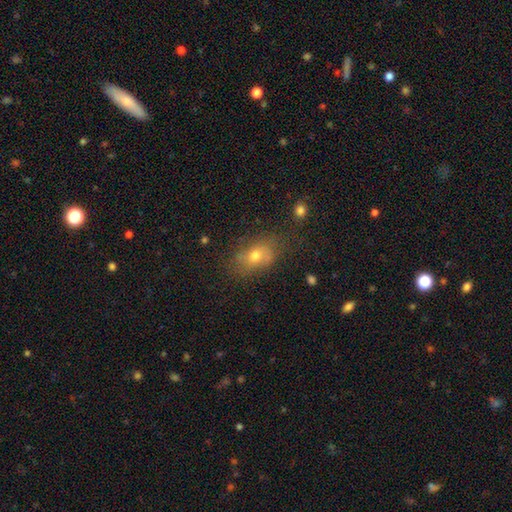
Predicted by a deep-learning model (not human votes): Smooth or featured: smooth — 64% (featured or disk — 24%)
How rounded: in between — 76% (round — 22%)
Merging: none — 65% (minor disturbance — 23%)